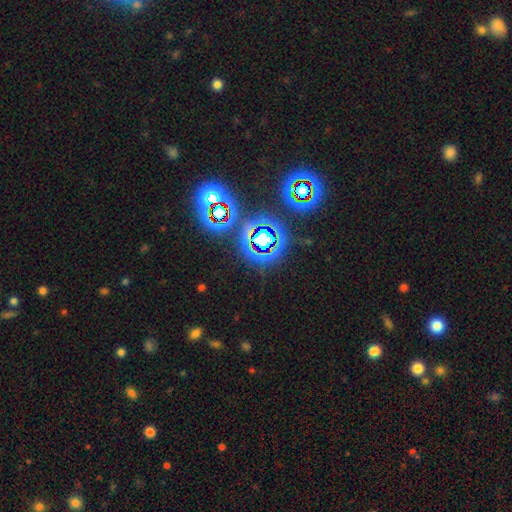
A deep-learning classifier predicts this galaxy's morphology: A star or artifact, not a galaxy (77%).